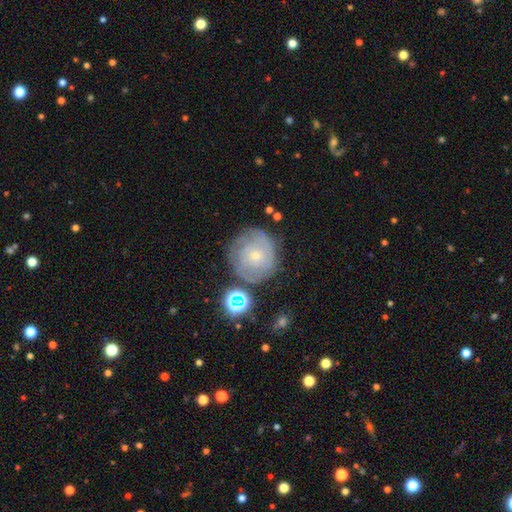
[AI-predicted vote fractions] featured or disk 63%, smooth 27%, star or artifact 10%. Down the decision tree: edge-on disk — no (97%); bar — no (81%); spiral arms — yes (80%); bulge size — small (78%); merging — none (70%).